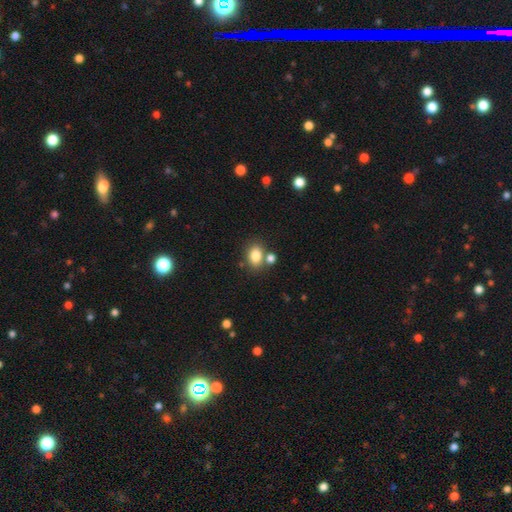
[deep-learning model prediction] Smooth or featured: smooth — 82% (star or artifact — 10%)
How rounded: in between — 64% (round — 35%)
Merging: none — 64% (merger — 20%)